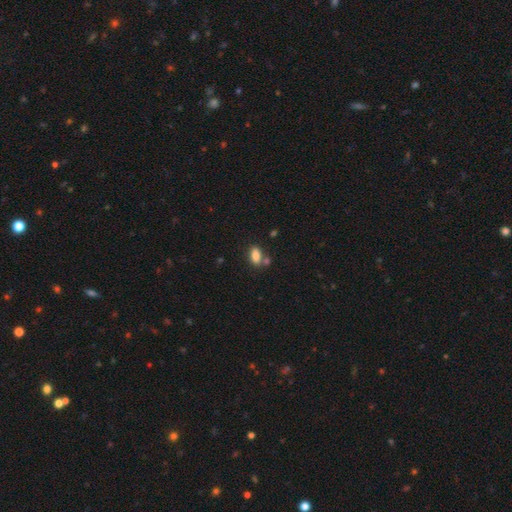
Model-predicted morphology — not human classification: Smooth or featured?
  - smooth: 84% *
  - star or artifact: 9%
  - featured or disk: 7%
How rounded?
  - in between: 87% *
  - cigar-shaped: 8%
  - round: 5%
Merging?
  - none: 64% *
  - merger: 20%
  - minor disturbance: 12%
  - major disturbance: 4%